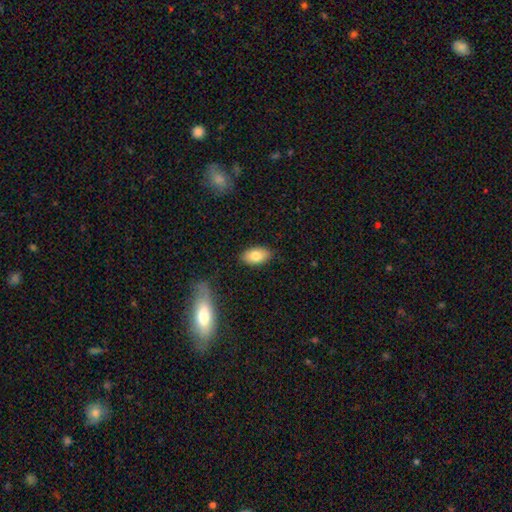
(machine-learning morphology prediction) Smooth or featured: smooth — 79% (featured or disk — 14%)
How rounded: in between — 92% (round — 5%)
Merging: none — 86% (minor disturbance — 10%)